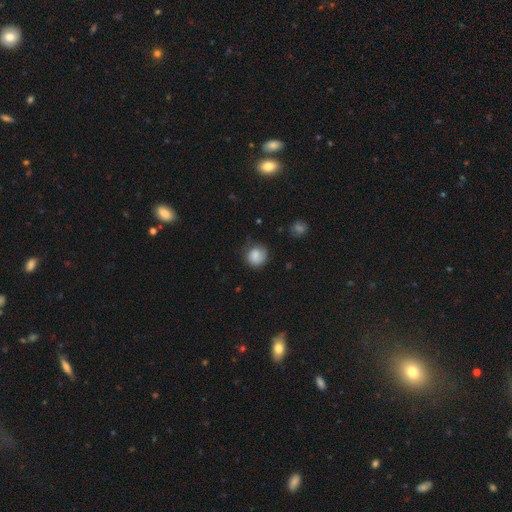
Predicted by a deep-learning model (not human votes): A smooth galaxy with no disk features (82%) that is round (83%). Merging: none (65%).